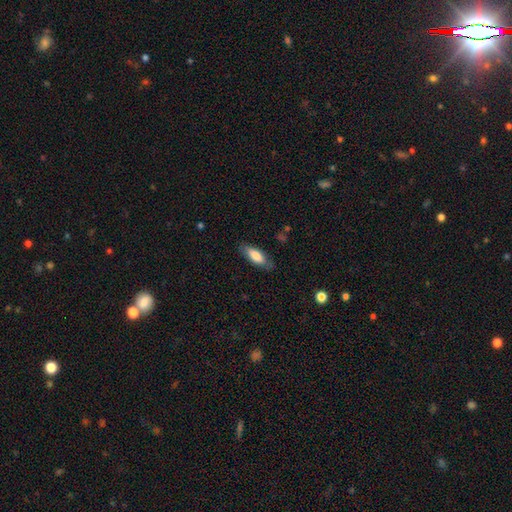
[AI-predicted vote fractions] This appears to be a smooth galaxy with no disk features (77%) that is in between round and cigar-shaped (69%). Merging: none (80%).